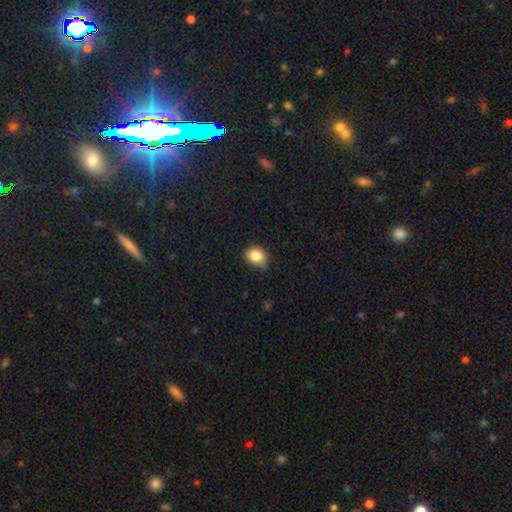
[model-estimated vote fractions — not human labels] Smooth or featured? Predicted: smooth (p=0.84). How rounded? Predicted: round (p=0.53). Merging? Predicted: none (p=0.64).